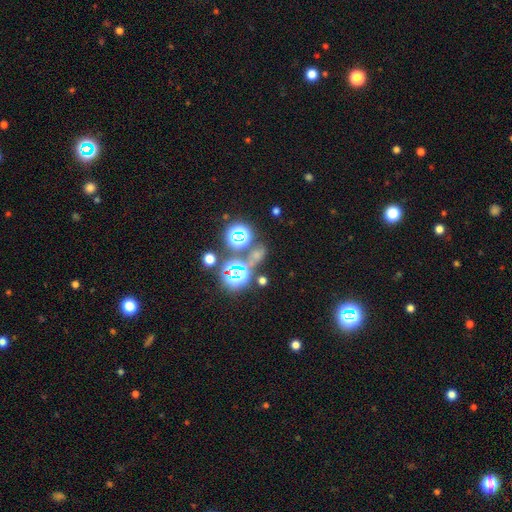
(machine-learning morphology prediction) Smooth or featured? Predicted: star or artifact (p=0.55).